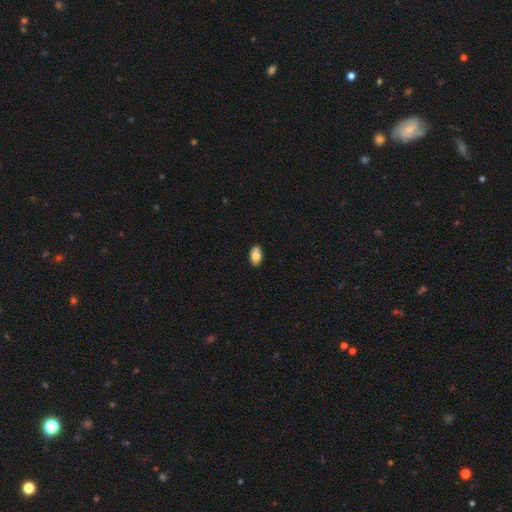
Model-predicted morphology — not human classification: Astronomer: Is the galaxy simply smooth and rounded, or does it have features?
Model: smooth — 76%.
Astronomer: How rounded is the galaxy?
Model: in between — 92%.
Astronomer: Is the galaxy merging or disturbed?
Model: none — 73%.